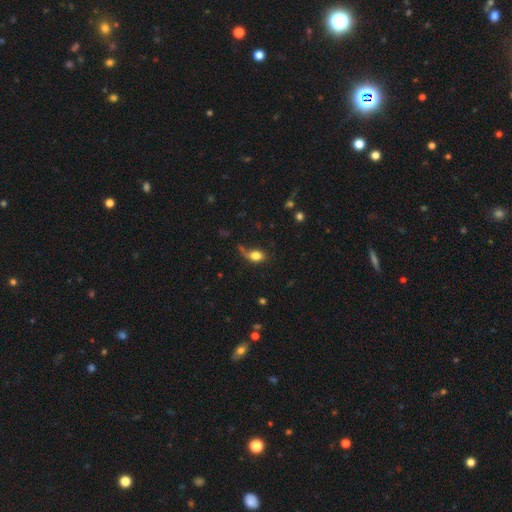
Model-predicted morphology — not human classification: type=smooth (72%); roundness=in between (69%); merging=none (38%).